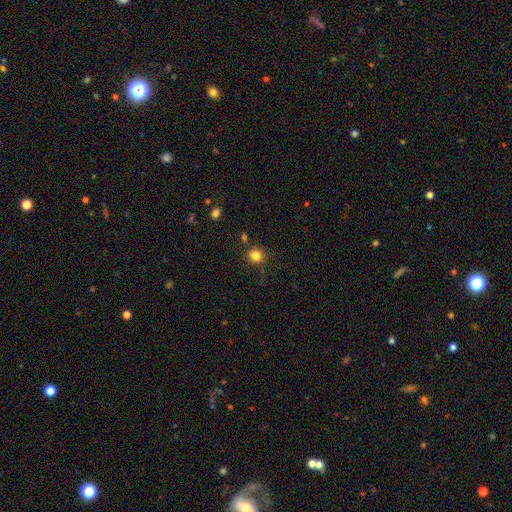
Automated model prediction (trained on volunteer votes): smooth 81%, star or artifact 13%, featured or disk 5%. Down the decision tree: how rounded — round (82%); merging — none (79%).